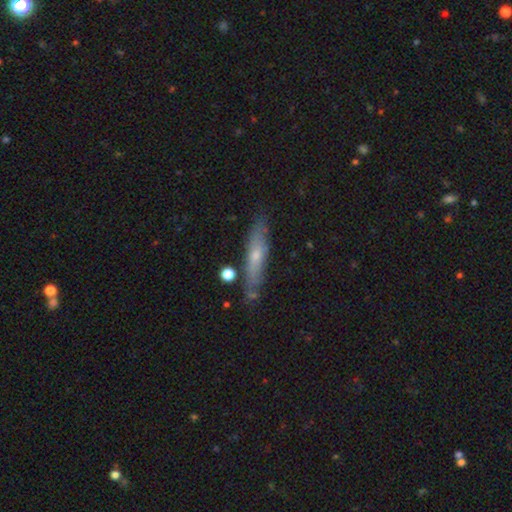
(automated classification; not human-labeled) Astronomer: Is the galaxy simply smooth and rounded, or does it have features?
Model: featured or disk — 48% (runner-up: smooth, 45%).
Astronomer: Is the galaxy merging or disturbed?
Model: none — 78%.